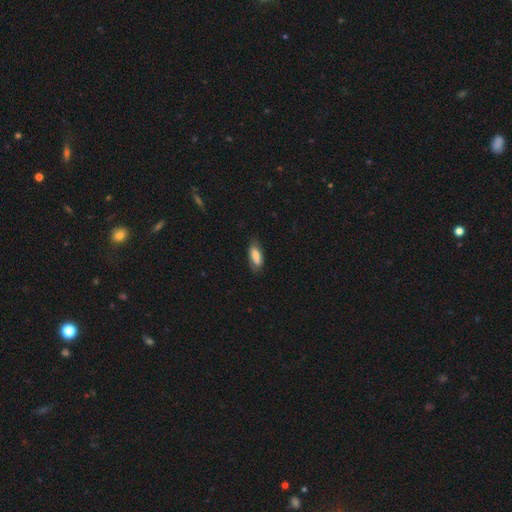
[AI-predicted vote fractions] This is likely a smooth galaxy (69%). How rounded: clearly in between (81%). Merging: likely none (73%).